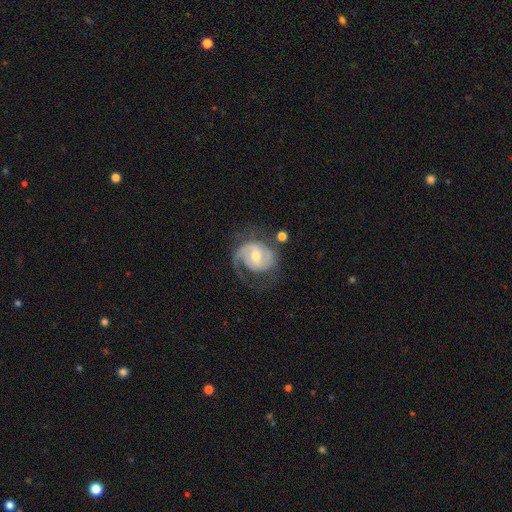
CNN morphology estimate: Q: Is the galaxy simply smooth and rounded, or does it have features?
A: featured or disk — 85%.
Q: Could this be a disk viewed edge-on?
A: no — 98%.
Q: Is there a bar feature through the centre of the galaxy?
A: weak — 47%.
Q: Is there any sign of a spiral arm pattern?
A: yes — 96%.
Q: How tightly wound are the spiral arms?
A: medium — 45%.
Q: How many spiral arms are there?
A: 2 — 55%.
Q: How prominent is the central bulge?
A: moderate — 63%.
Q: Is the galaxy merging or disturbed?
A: none — 57%.